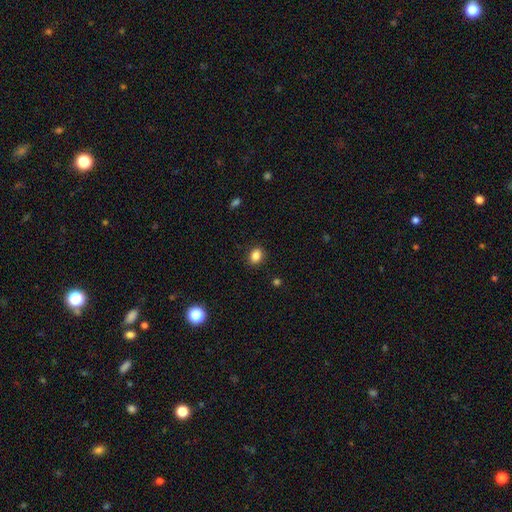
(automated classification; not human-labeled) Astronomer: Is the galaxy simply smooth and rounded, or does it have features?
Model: smooth — 85%.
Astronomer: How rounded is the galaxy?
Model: in between — 55% (runner-up: round, 44%).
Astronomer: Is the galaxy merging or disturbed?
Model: none — 88%.